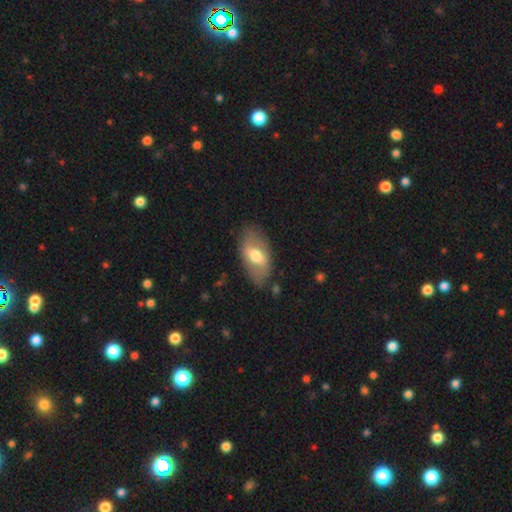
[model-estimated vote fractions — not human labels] The model was most divided on "smooth or featured": smooth: 53%, featured or disk: 41%, star or artifact: 6%. More confident: how rounded — in between (91%); merging — none (76%).